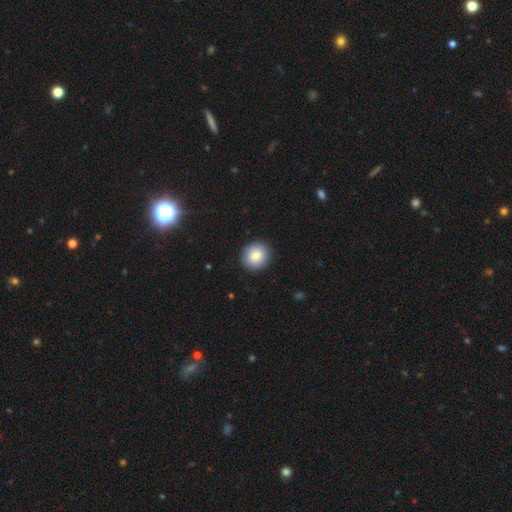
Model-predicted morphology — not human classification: A smooth galaxy with no disk features (83%) that is round (91%).

Vote fractions:
- Smooth or featured? smooth: 83% / featured or disk: 9% / star or artifact: 8%
- How rounded? round: 91% / in between: 8% / cigar-shaped: 1%
- Merging? none: 91% / minor disturbance: 6% / major disturbance: 2% / merger: 1%